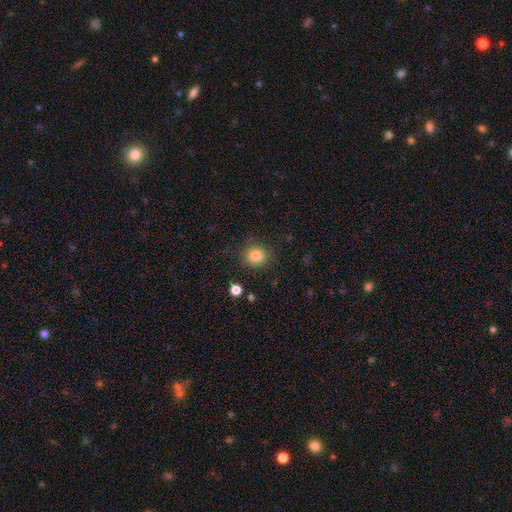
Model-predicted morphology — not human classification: Q: Smooth or featured?
A: smooth (84%); runner-up: star or artifact (11%)
Q: How rounded?
A: round (83%); runner-up: in between (16%)
Q: Merging?
A: none (86%); runner-up: minor disturbance (9%)